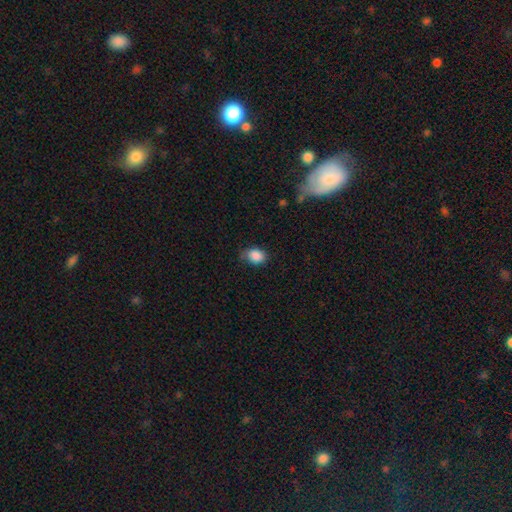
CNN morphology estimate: Smooth or featured? smooth (87%)
How rounded? in between (63%)
Merging? none (66%)